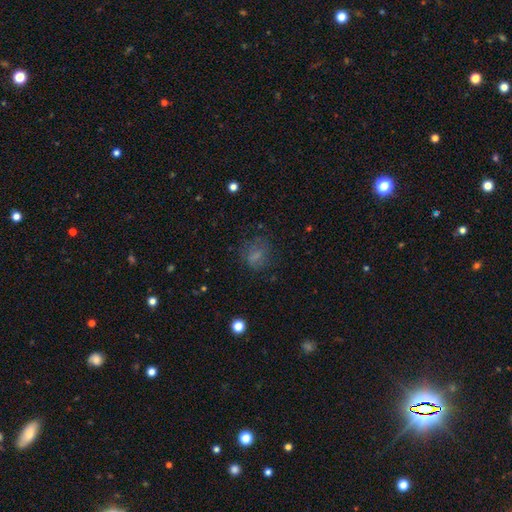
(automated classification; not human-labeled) This appears to be a smooth galaxy with no disk features (63%) that is in between round and cigar-shaped (52%). Merging: none (61%).